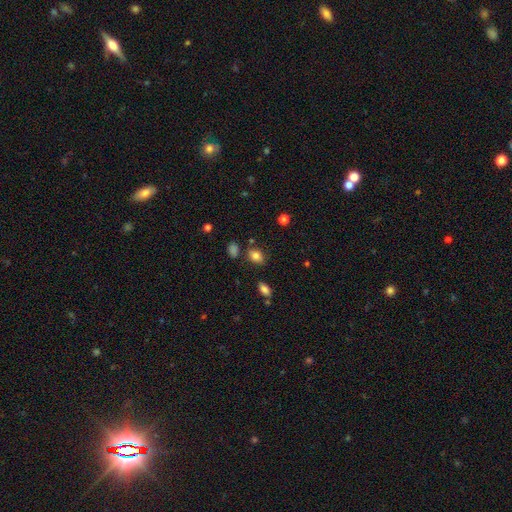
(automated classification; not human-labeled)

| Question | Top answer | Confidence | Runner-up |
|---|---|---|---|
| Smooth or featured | smooth | 81% | star or artifact (11%) |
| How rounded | in between | 66% | round (33%) |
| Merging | none | 79% | minor disturbance (13%) |